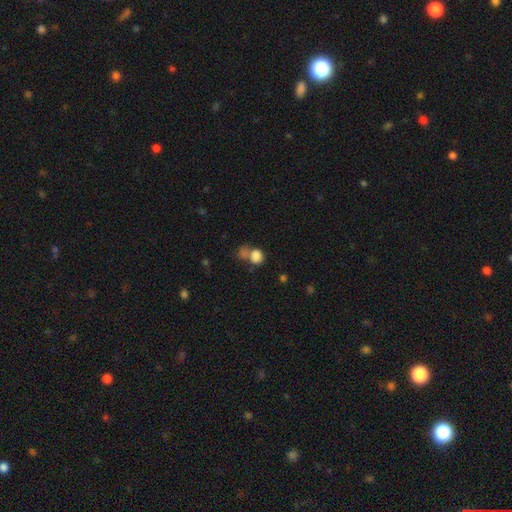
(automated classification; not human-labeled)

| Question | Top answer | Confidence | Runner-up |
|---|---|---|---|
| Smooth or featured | smooth | 82% | star or artifact (11%) |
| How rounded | round | 60% | in between (39%) |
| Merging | none | 39% | tied: merger (39%) |